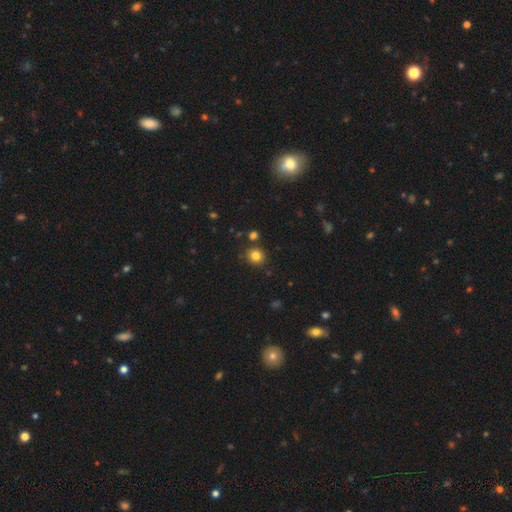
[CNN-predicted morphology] This appears to be a smooth galaxy with no disk features (82%) that is round (87%). Merging: none (84%).